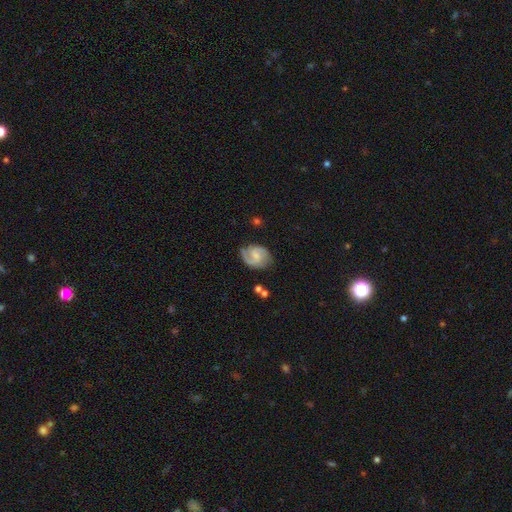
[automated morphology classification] Smooth or featured? Predicted: featured or disk (p=0.76). Edge-on disk? Predicted: no (p=0.98). Bar? Predicted: weak (p=0.51). Spiral arms? Predicted: yes (p=0.95). Spiral winding? Predicted: medium (p=0.49). Spiral arm count? Predicted: 2 (p=0.81). Bulge size? Predicted: small (p=0.46). Merging? Predicted: none (p=0.72).